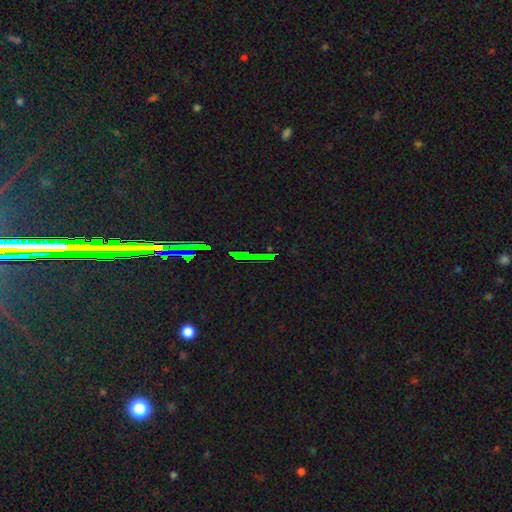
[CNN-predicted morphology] smooth_or_featured: star or artifact (p=0.76) [alt: featured or disk p=0.12]